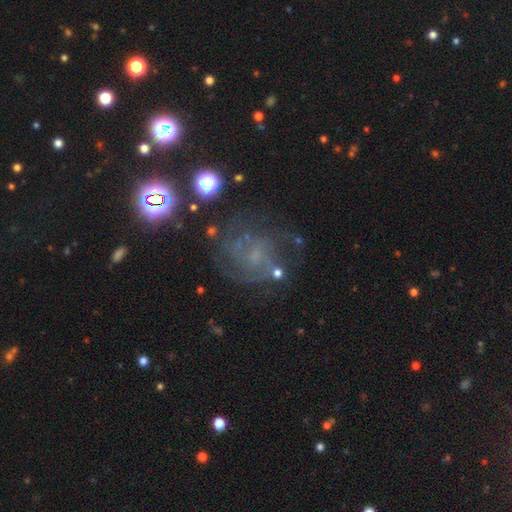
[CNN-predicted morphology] The model was most divided on "bulge size": none: 43%, small: 38%, moderate: 16%, large: 2%, dominant: 1%. More confident: edge-on disk — no (97%); spiral arms — yes (78%); bar — no (69%); merging — none (62%); smooth or featured — featured or disk (60%).